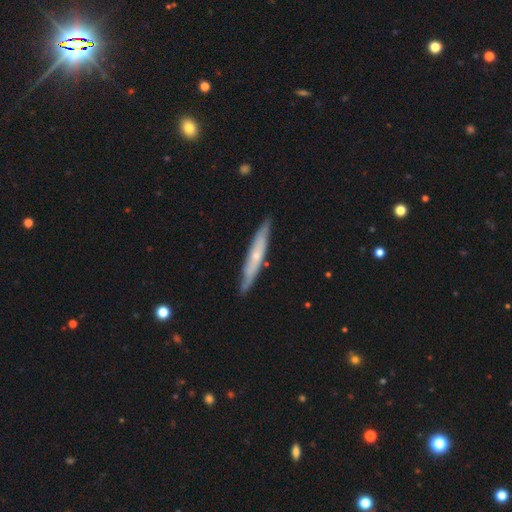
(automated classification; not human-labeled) Smooth or featured? featured or disk (60%)
Edge-on disk? yes (80%)
Merging? none (86%)